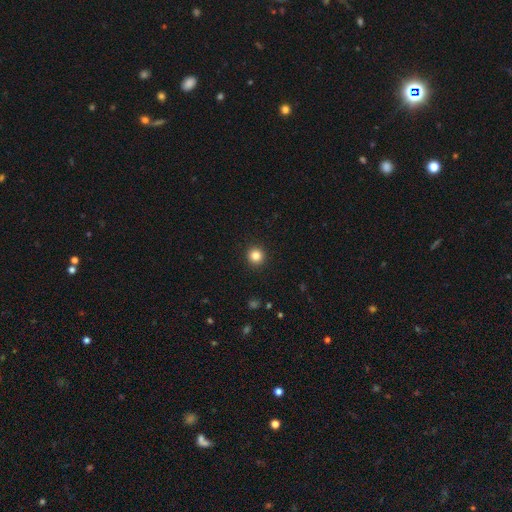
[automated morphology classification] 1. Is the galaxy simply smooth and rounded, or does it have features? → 84% smooth, 12% star or artifact, 5% featured or disk.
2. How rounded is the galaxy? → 95% round, 4% in between, 1% cigar-shaped.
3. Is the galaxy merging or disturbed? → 93% none, 4% minor disturbance, 2% major disturbance, 1% merger.